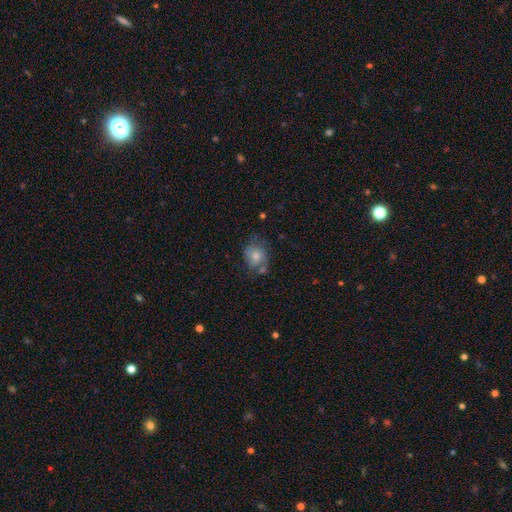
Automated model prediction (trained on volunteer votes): Q: Smooth or featured?
A: smooth (60%); runner-up: featured or disk (30%)
Q: How rounded?
A: round (59%); runner-up: in between (40%)
Q: Merging?
A: none (49%); runner-up: minor disturbance (26%)